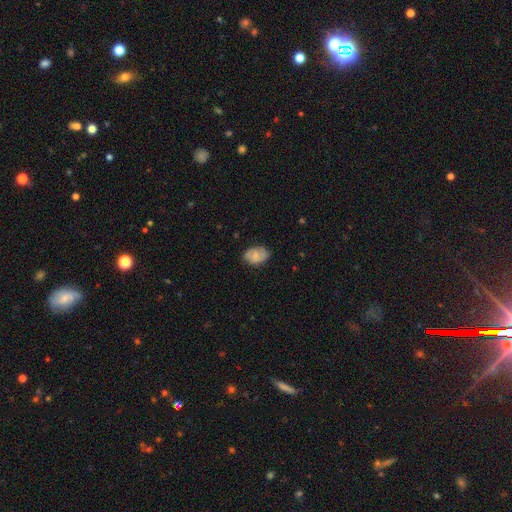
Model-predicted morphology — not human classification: The model was most divided on "smooth or featured": smooth: 62%, featured or disk: 30%, star or artifact: 7%. More confident: how rounded — in between (84%); merging — none (76%).